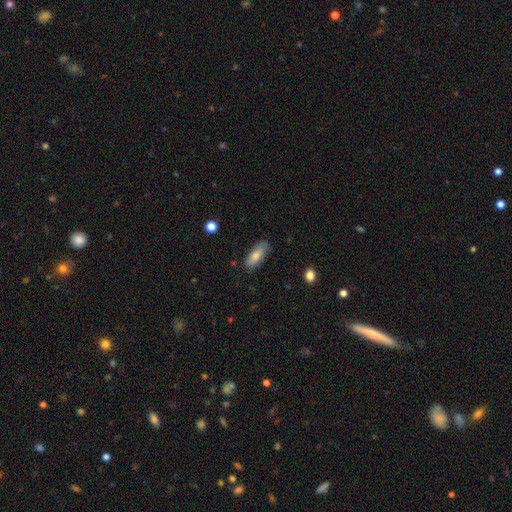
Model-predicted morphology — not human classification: Q: Smooth or featured?
A: smooth (80%); runner-up: featured or disk (14%)
Q: How rounded?
A: in between (74%); runner-up: cigar-shaped (24%)
Q: Merging?
A: none (79%); runner-up: minor disturbance (17%)